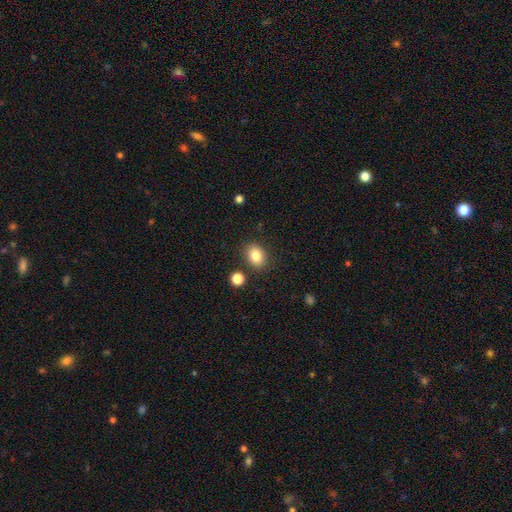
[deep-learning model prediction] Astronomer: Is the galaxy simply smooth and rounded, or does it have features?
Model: smooth — 84%.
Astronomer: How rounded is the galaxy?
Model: in between — 63%.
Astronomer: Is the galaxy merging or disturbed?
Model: none — 83%.